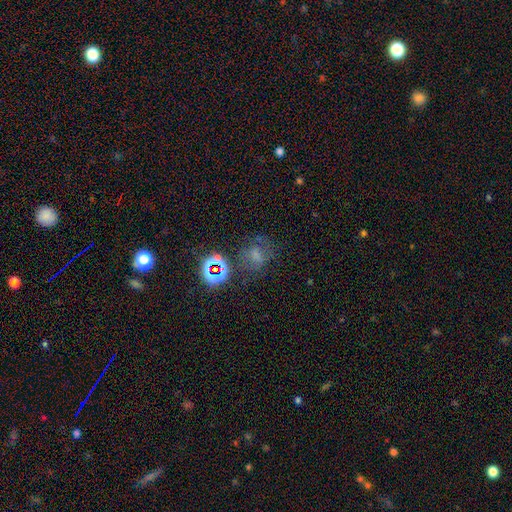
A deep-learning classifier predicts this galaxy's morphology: smooth_or_featured: smooth (p=0.48) [alt: star or artifact p=0.33]
merging: none (p=0.55) [alt: minor disturbance p=0.21]